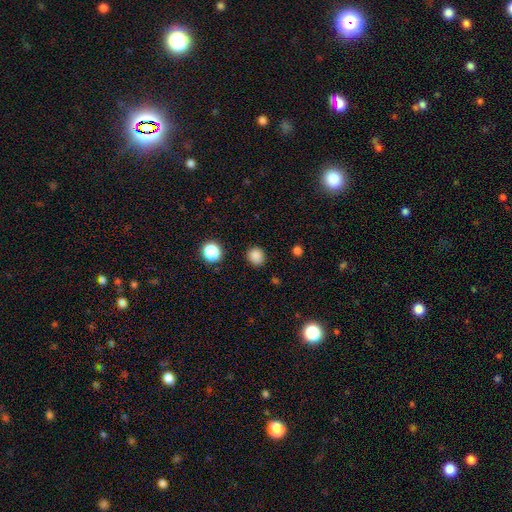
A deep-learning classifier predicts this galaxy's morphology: The model was most divided on "how rounded": round: 84%, in between: 15%, cigar-shaped: 1%. More confident: merging — none (88%); smooth or featured — smooth (84%).